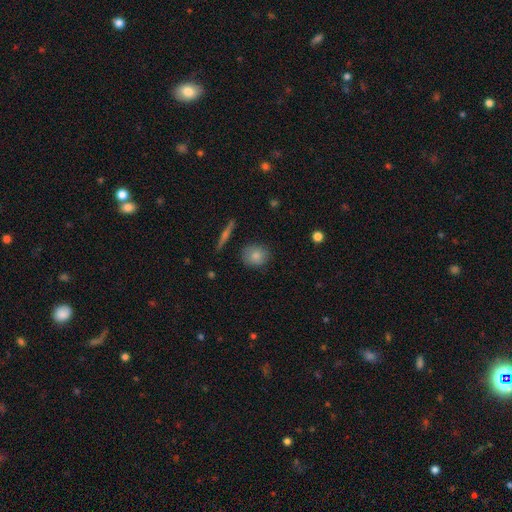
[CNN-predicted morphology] This appears to be a smooth galaxy with no disk features (81%) that is round (75%). Merging: none (84%).